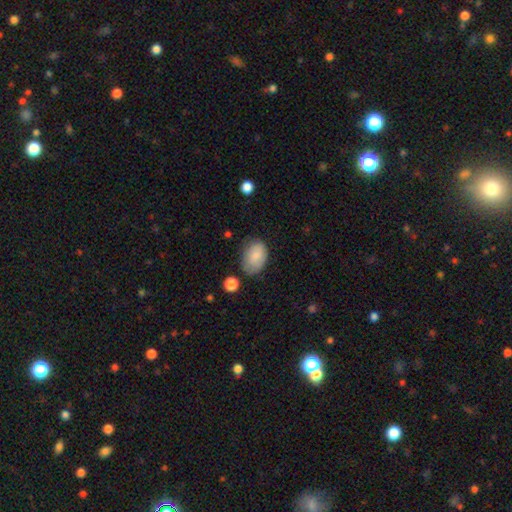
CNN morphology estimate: type=smooth (83%); roundness=in between (86%); merging=none (66%).